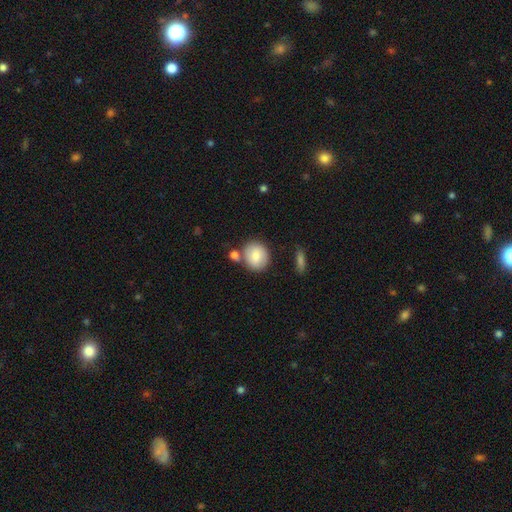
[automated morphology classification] Smooth or featured: smooth — 82% (featured or disk — 11%)
How rounded: round — 74% (in between — 25%)
Merging: none — 68% (merger — 15%)